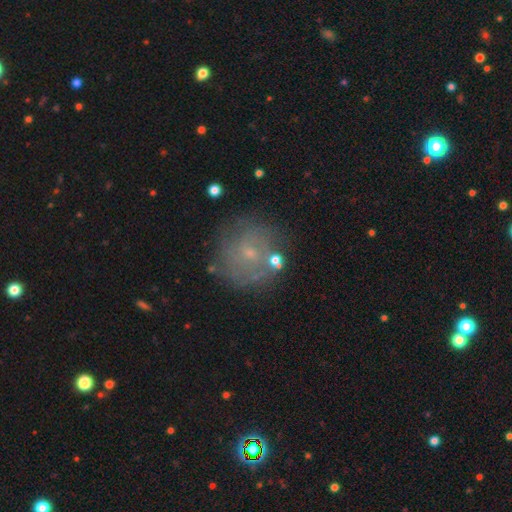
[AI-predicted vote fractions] Overall: smooth (36%; featured or disk 34%). Merging: none (79%).